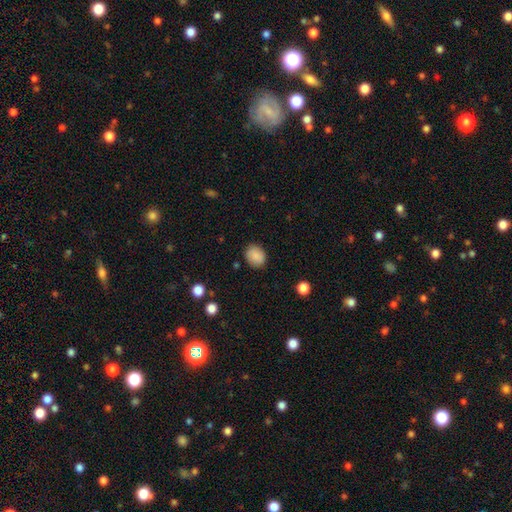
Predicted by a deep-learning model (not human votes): Smooth or featured? Predicted: smooth (p=0.88). How rounded? Predicted: round (p=0.51). Merging? Predicted: none (p=0.86).